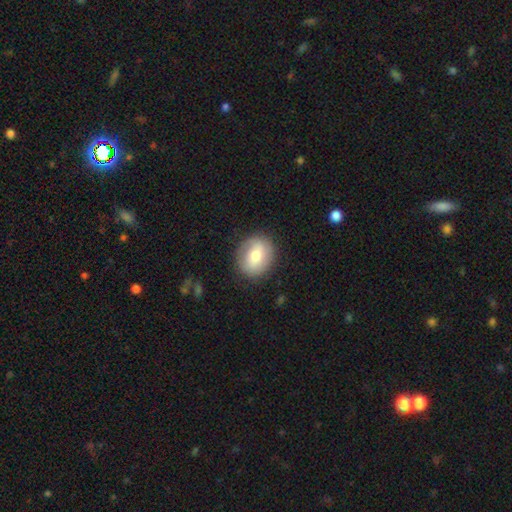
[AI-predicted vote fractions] A smooth galaxy with no disk features (67%) that is round (65%). Merging: none (85%).